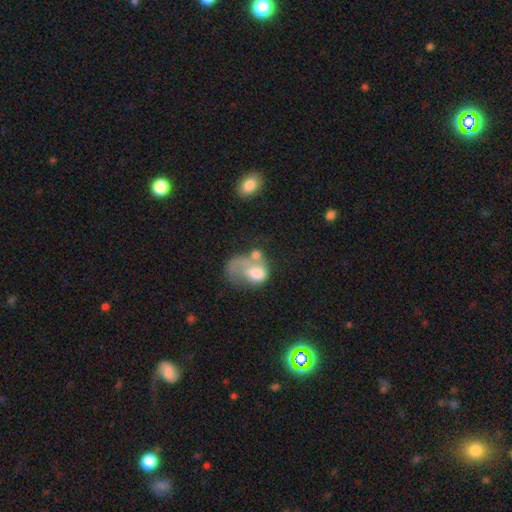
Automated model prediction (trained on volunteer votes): This appears to be a featured or disk galaxy (40%). Merging: none (32%).